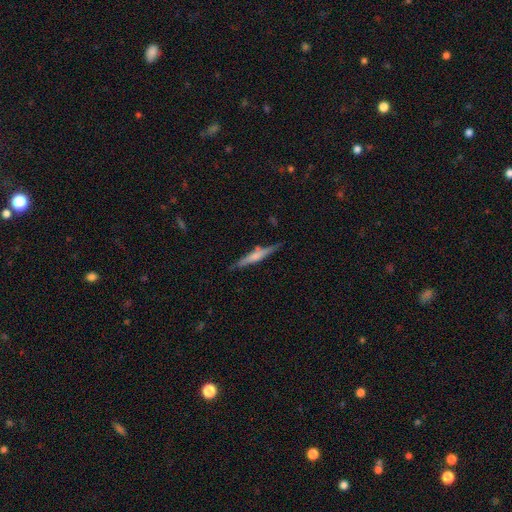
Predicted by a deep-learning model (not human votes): Smooth or featured? Predicted: featured or disk (p=0.53). Edge-on disk? Predicted: yes (p=0.96). Edge-on bulge? Predicted: rounded (p=0.51). Merging? Predicted: none (p=0.79).